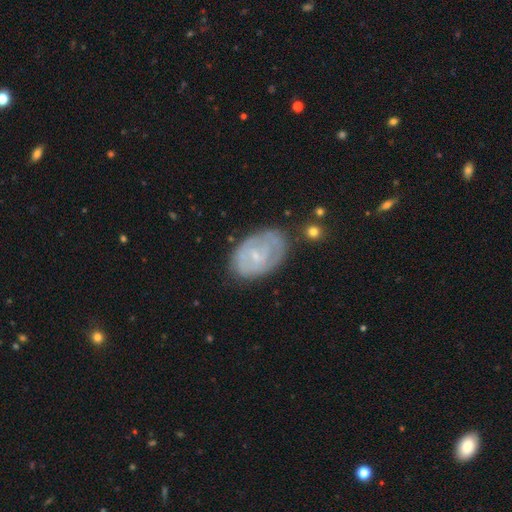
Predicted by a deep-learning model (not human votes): Morphology: type=featured or disk (64%); edge-on=no (96%); bar=no (46%); spiral arms=yes (67%); bulge=small (71%); merging=none (68%).